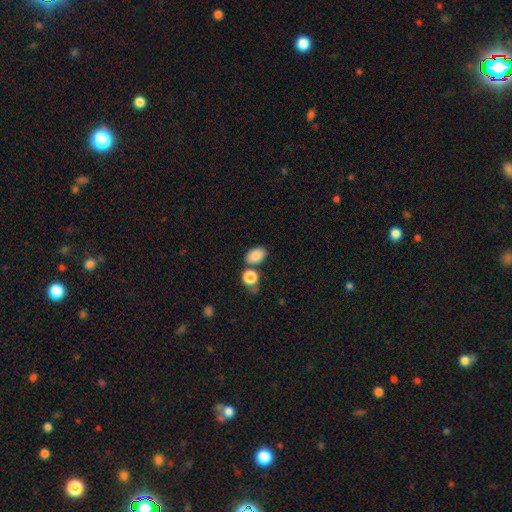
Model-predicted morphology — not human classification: smooth_or_featured: smooth (p=0.86) [alt: star or artifact p=0.08]
how_rounded: in between (p=0.83) [alt: round p=0.16]
merging: none (p=0.67) [alt: merger p=0.16]